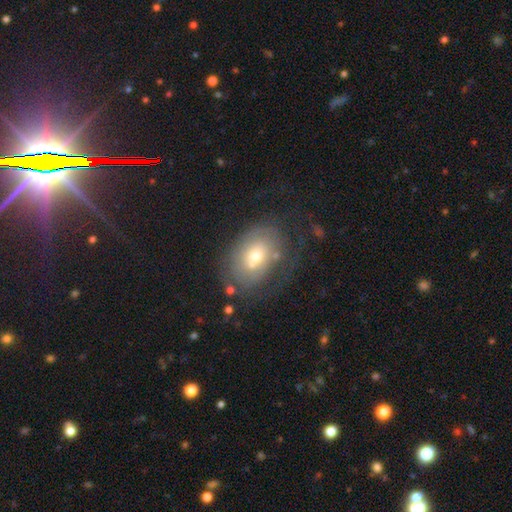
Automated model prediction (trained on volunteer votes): Morphology: type=featured or disk (47%); merging=none (50%).